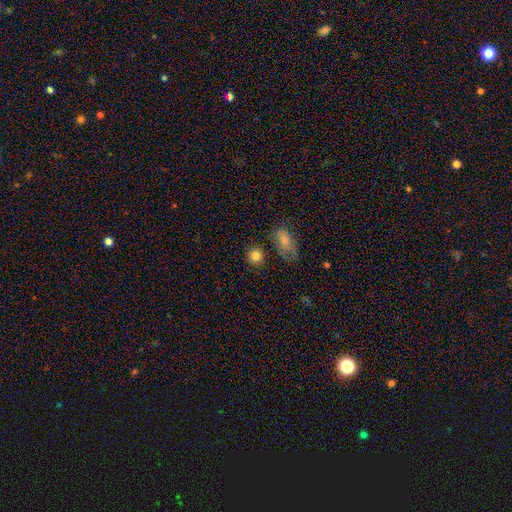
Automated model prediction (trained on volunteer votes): A smooth galaxy with no disk features (83%) that is round (82%).

Vote fractions:
- Smooth or featured? smooth: 83% / star or artifact: 10% / featured or disk: 7%
- How rounded? round: 82% / in between: 17% / cigar-shaped: 1%
- Merging? none: 79% / minor disturbance: 11% / merger: 6% / major disturbance: 4%